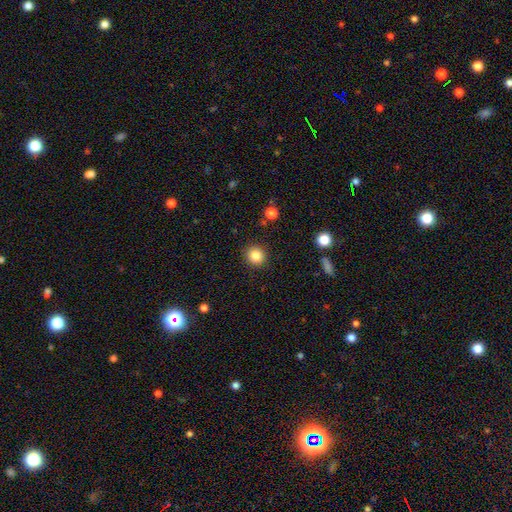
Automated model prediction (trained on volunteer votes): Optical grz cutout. It shows a smooth galaxy with no disk features (84%) that is round (89%). Merging: none (91%).